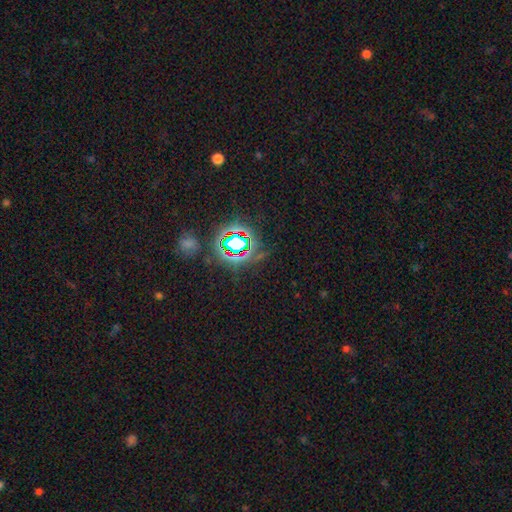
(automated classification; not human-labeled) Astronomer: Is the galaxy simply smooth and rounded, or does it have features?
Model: star or artifact — 80%.